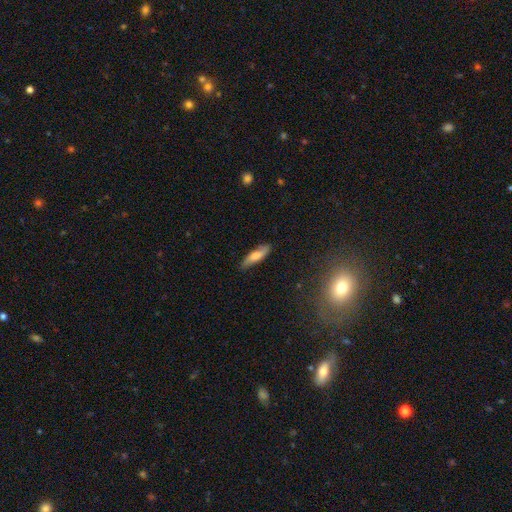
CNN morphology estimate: smooth-or-featured: smooth: 60% | featured or disk: 34% | star or artifact: 7%
  how-rounded: cigar-shaped: 61% | in between: 37% | round: 2%
  merging: none: 80% | minor disturbance: 16% | major disturbance: 3% | merger: 1%